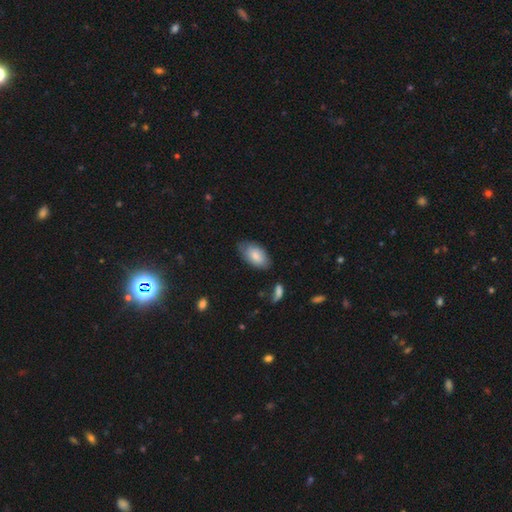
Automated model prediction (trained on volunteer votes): This is clearly a smooth galaxy (81%). How rounded: clearly in between (94%). Merging: likely none (72%).